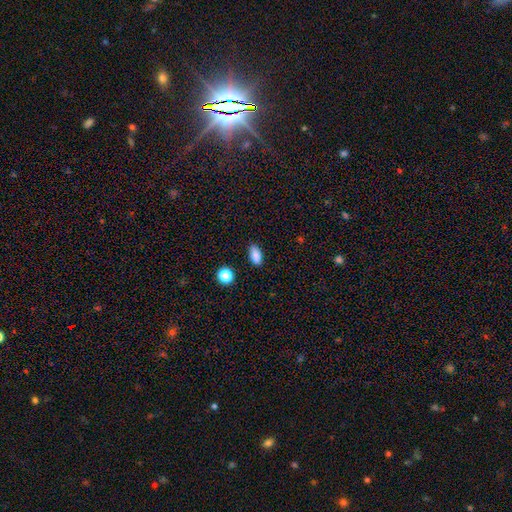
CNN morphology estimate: smooth-or-featured: smooth: 87% | star or artifact: 9% | featured or disk: 4%
  how-rounded: in between: 84% | cigar-shaped: 10% | round: 6%
  merging: none: 85% | minor disturbance: 11% | major disturbance: 2% | merger: 2%